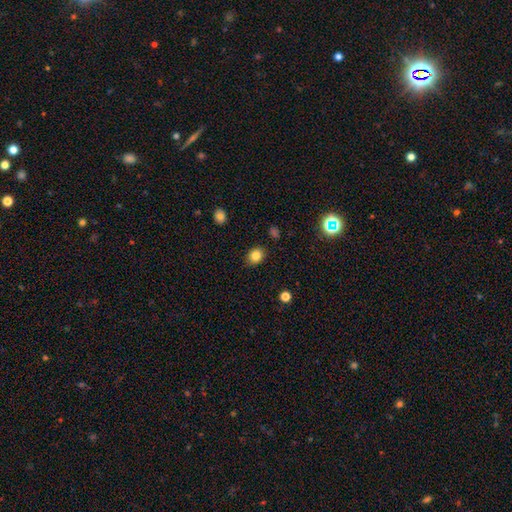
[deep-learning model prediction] Q: Smooth or featured?
A: smooth (84%); runner-up: star or artifact (10%)
Q: How rounded?
A: round (54%); runner-up: in between (45%)
Q: Merging?
A: none (86%); runner-up: minor disturbance (10%)